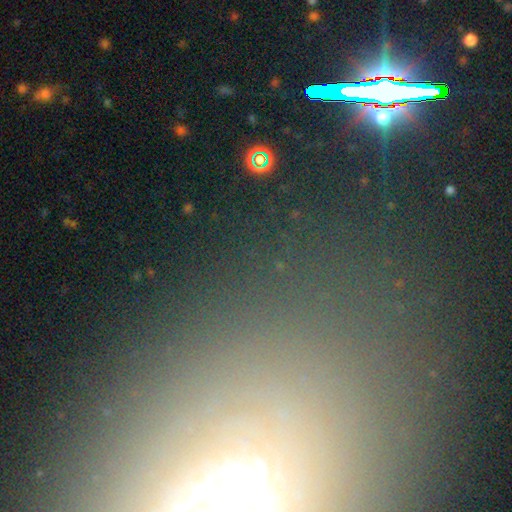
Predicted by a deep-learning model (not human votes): Smooth or featured? star or artifact (58%)